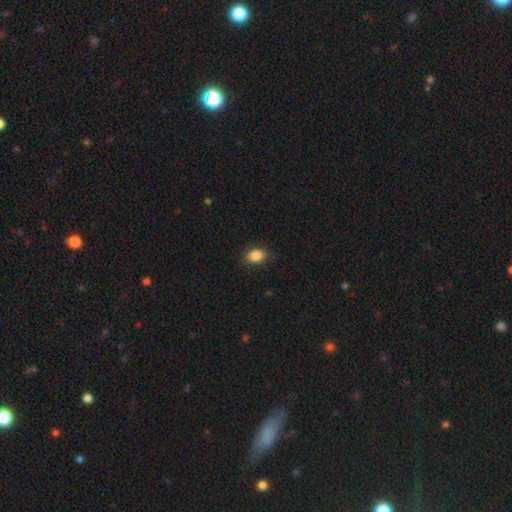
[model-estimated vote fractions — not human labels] This appears to be a smooth galaxy with no disk features (86%) that is in between round and cigar-shaped (68%). Merging: none (83%).